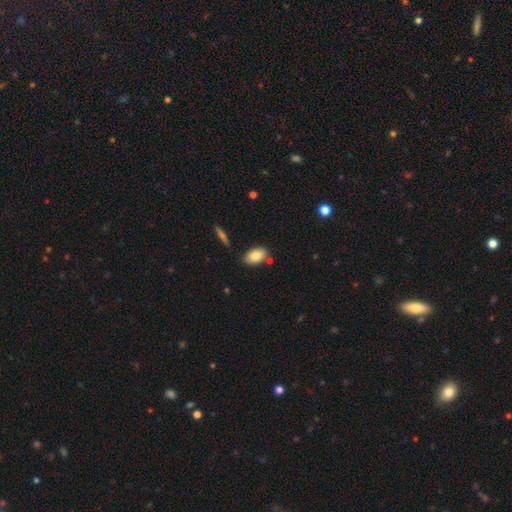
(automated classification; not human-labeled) Smooth or featured?
  - smooth: 81% *
  - featured or disk: 12%
  - star or artifact: 7%
How rounded?
  - in between: 92% *
  - round: 6%
  - cigar-shaped: 2%
Merging?
  - none: 78% *
  - minor disturbance: 13%
  - merger: 7%
  - major disturbance: 3%